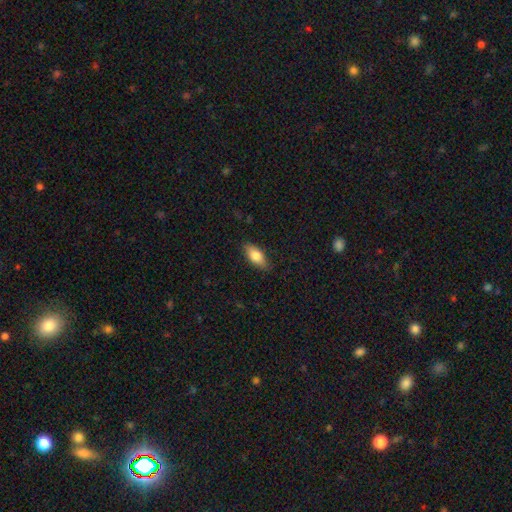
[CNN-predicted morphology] smooth 79%, featured or disk 14%, star or artifact 7%. Down the decision tree: how rounded — in between (86%); merging — none (85%).